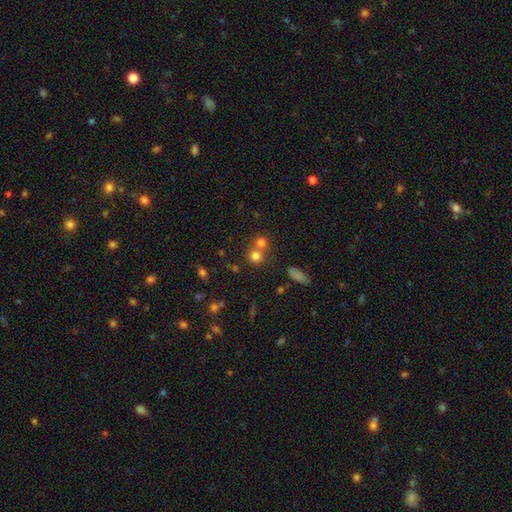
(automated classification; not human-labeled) This appears to be a smooth galaxy with no disk features (74%) that is round (87%). Merging: none (51%).